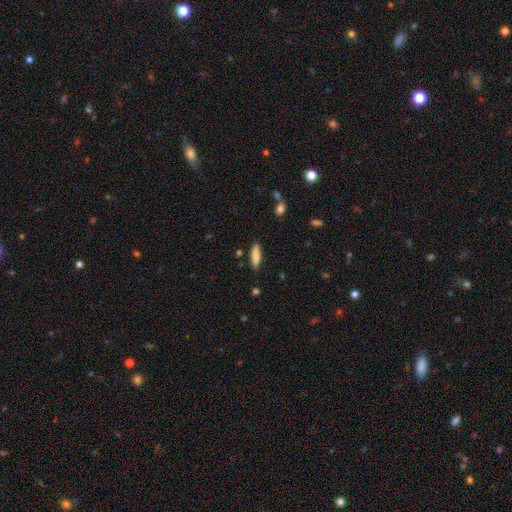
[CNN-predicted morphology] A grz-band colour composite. It shows a smooth galaxy with no disk features (84%) that is cigar-shaped (62%). Merging: none (87%).